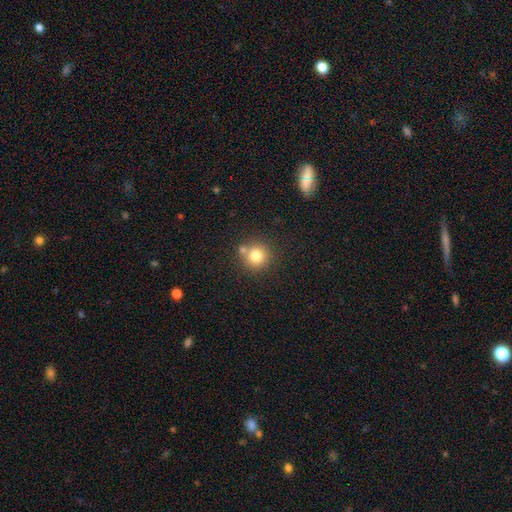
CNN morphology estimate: A smooth galaxy with no disk features (79%) that is round (93%).

Vote fractions:
- Smooth or featured? smooth: 79% / star or artifact: 12% / featured or disk: 9%
- How rounded? round: 93% / in between: 6% / cigar-shaped: 1%
- Merging? none: 71% / merger: 17% / minor disturbance: 9% / major disturbance: 3%